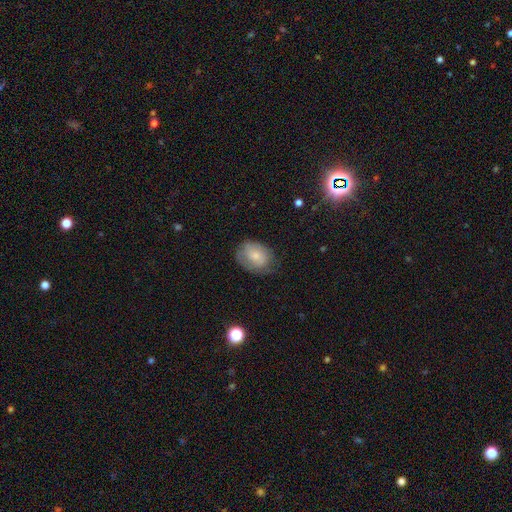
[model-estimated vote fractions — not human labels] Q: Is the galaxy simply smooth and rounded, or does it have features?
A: smooth — 67%.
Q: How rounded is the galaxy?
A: in between — 68%.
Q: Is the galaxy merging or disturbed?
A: none — 60%.